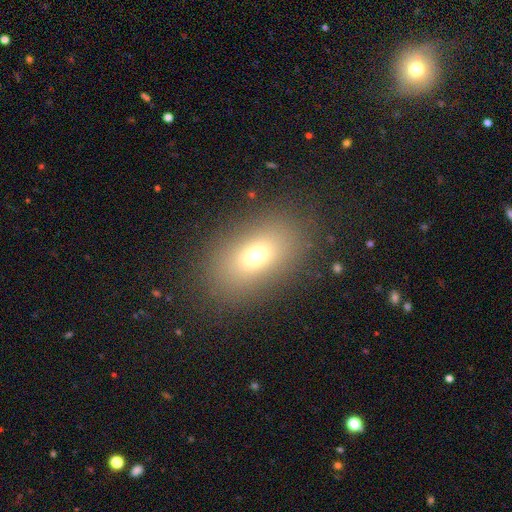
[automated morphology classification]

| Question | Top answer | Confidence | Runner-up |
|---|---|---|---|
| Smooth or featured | smooth | 69% | featured or disk (16%) |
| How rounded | in between | 81% | round (16%) |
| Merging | none | 84% | minor disturbance (9%) |